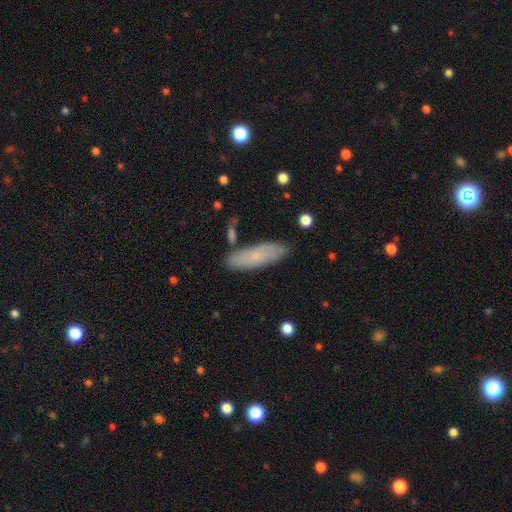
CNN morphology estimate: Q: Smooth or featured?
A: smooth (72%); runner-up: featured or disk (21%)
Q: How rounded?
A: cigar-shaped (52%); runner-up: in between (46%)
Q: Merging?
A: none (80%); runner-up: minor disturbance (13%)